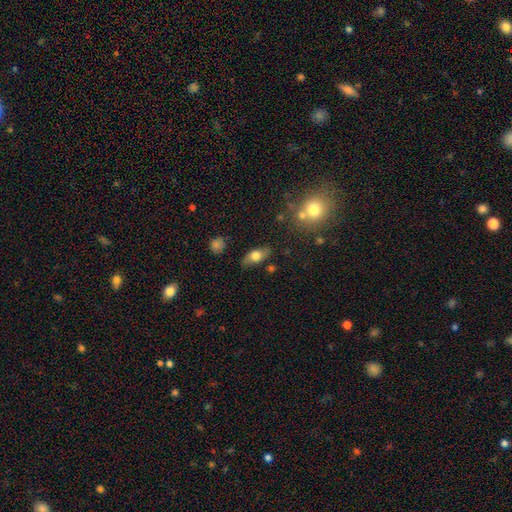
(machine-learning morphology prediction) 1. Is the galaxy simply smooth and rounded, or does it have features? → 63% smooth, 30% featured or disk, 8% star or artifact.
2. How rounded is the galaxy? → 77% in between, 15% cigar-shaped, 7% round.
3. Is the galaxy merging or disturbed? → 80% none, 14% minor disturbance, 3% major disturbance, 2% merger.